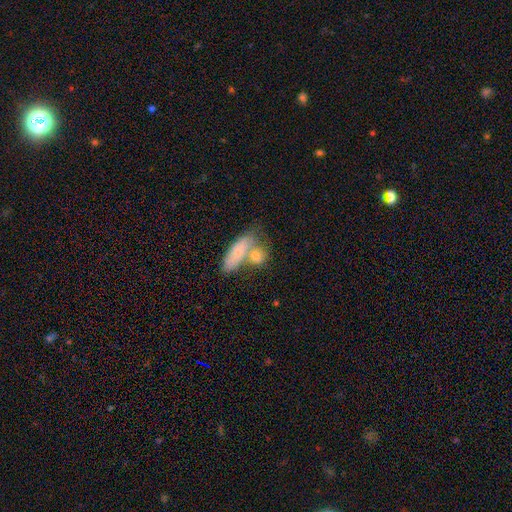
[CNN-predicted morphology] Smooth or featured? Predicted: smooth (p=0.75). How rounded? Predicted: in between (p=0.57). Merging? Predicted: merger (p=0.48).